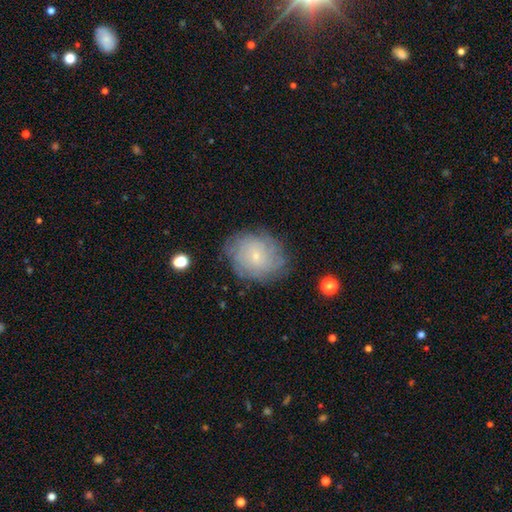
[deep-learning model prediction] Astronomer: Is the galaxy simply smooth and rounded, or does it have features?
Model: featured or disk — 55% (runner-up: smooth, 35%).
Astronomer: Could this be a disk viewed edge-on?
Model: no — 97%.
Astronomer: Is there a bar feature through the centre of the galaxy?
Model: no — 81%.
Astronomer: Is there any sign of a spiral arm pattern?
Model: yes — 80%.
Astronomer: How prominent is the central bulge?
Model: small — 85%.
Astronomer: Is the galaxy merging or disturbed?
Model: none — 77%.